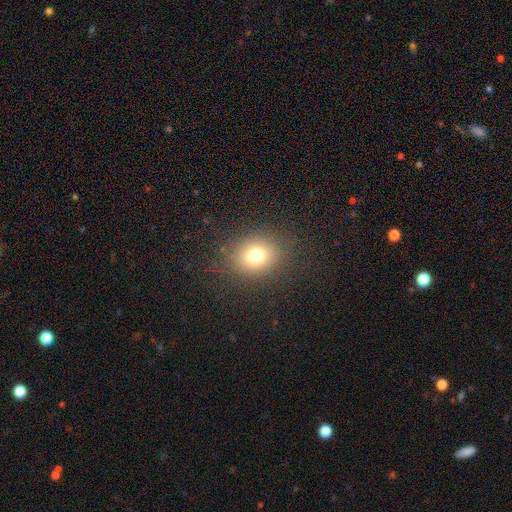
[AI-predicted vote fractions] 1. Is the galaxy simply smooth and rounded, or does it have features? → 74% smooth, 16% star or artifact, 10% featured or disk.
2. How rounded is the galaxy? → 68% round, 31% in between, 1% cigar-shaped.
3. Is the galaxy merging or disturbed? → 85% none, 9% minor disturbance, 5% major disturbance, 1% merger.